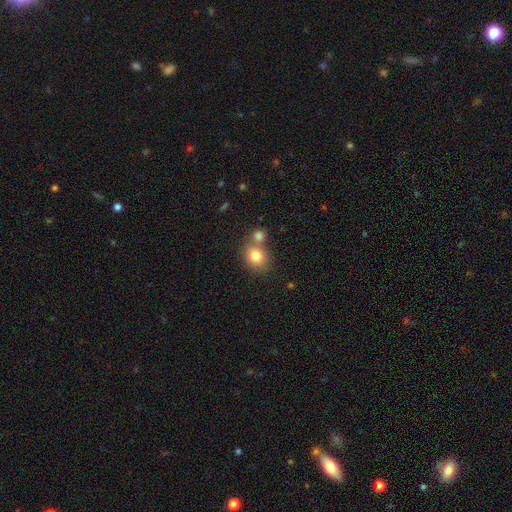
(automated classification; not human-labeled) A smooth galaxy with no disk features (80%) that is round (69%). Merging: none (50%).